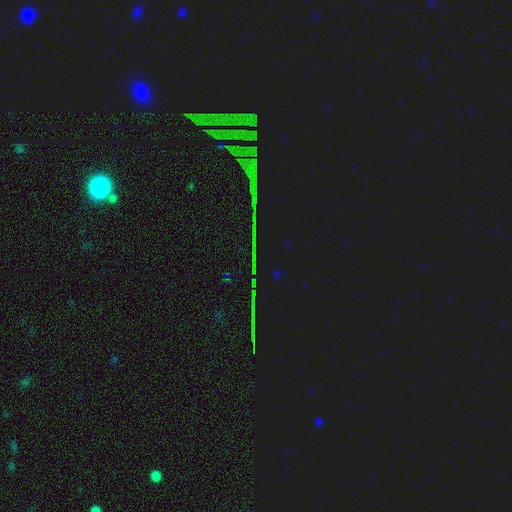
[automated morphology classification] This is clearly a star or artifact rather than a galaxy (85%).